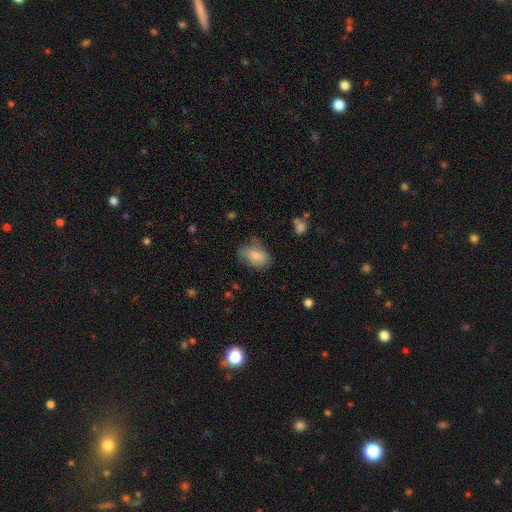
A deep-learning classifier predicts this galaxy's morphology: Q: Smooth or featured?
A: smooth (75%); runner-up: featured or disk (17%)
Q: How rounded?
A: in between (84%); runner-up: round (14%)
Q: Merging?
A: none (51%); runner-up: minor disturbance (34%)